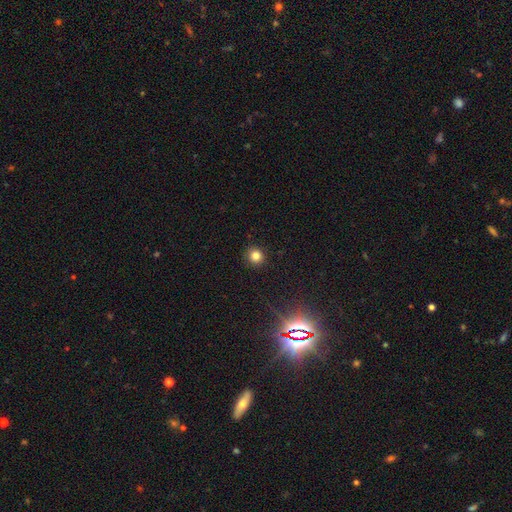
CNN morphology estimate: Overall: smooth (79%). How rounded: round (92%). Merging: none (91%).